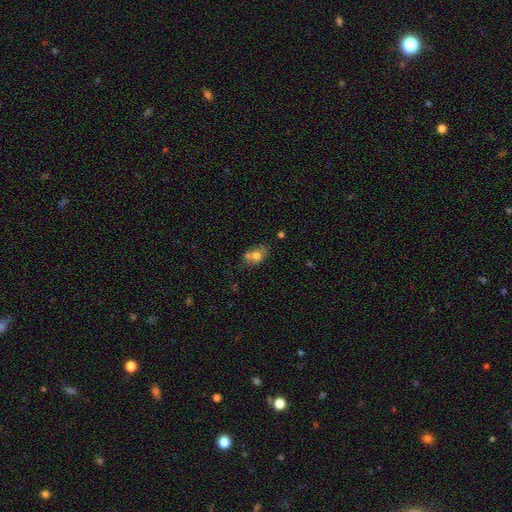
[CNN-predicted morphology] smooth_or_featured: smooth (p=0.68) [alt: featured or disk p=0.22]
how_rounded: in between (p=0.73) [alt: round p=0.25]
merging: none (p=0.45) [alt: merger p=0.31]